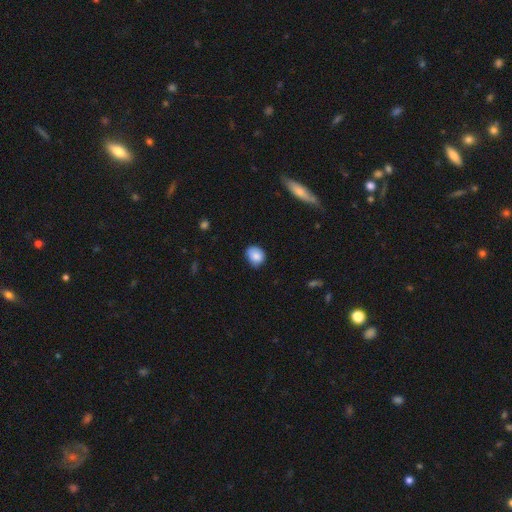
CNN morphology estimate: This is clearly a smooth galaxy (85%). How rounded: possibly round (59%). Merging: likely none (69%).